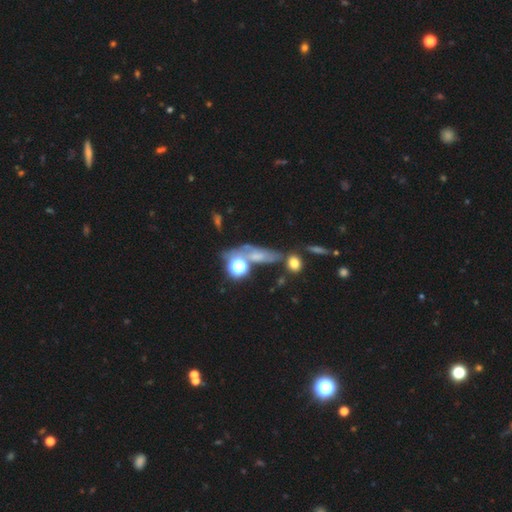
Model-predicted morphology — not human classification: Smooth or featured?
  - smooth: 42% *
  - star or artifact: 30%
  - featured or disk: 28%
Merging?
  - none: 49% *
  - merger: 20%
  - minor disturbance: 18%
  - major disturbance: 13%